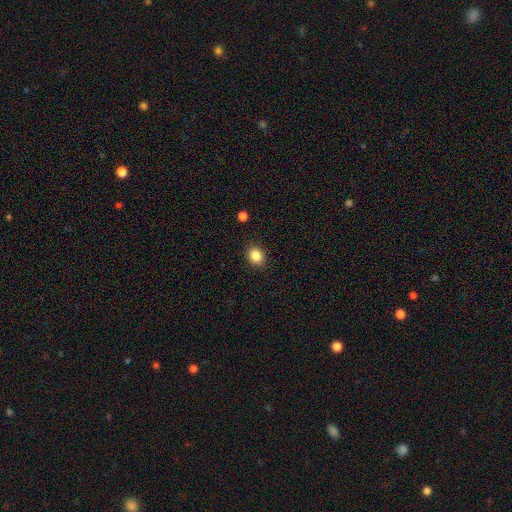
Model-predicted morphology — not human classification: Smooth or featured: smooth — 85% (star or artifact — 10%)
How rounded: round — 52% (in between — 47%)
Merging: none — 89% (minor disturbance — 7%)